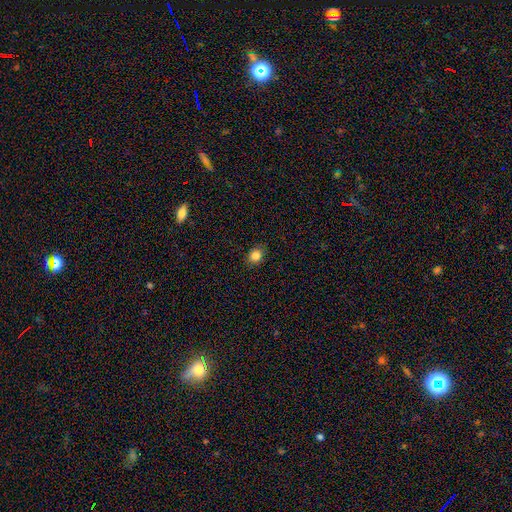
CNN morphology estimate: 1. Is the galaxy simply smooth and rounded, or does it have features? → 84% smooth, 11% star or artifact, 5% featured or disk.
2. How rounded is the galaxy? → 65% round, 34% in between, 1% cigar-shaped.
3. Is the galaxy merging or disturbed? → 87% none, 10% minor disturbance, 2% major disturbance, 1% merger.